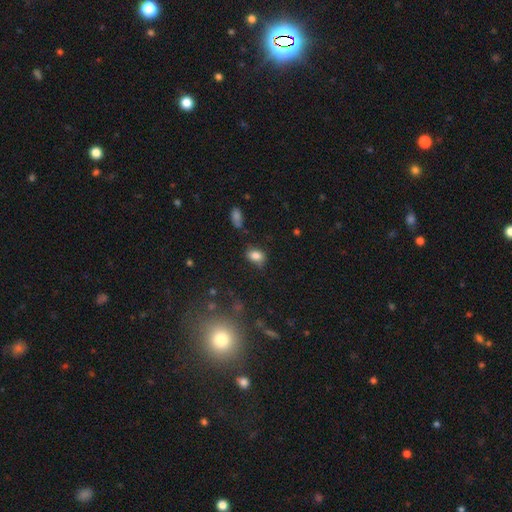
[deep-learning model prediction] Smooth or featured?
  - smooth: 82% *
  - star or artifact: 10%
  - featured or disk: 8%
How rounded?
  - in between: 78% *
  - round: 21%
  - cigar-shaped: 2%
Merging?
  - none: 63% *
  - minor disturbance: 27%
  - major disturbance: 7%
  - merger: 4%